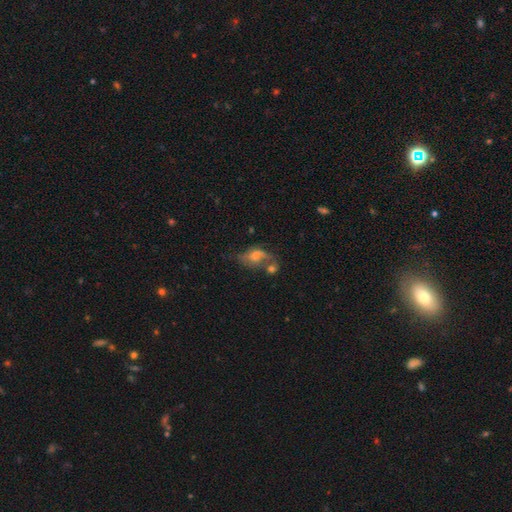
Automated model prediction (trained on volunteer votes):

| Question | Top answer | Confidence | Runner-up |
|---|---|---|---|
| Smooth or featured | smooth | 48% | featured or disk (38%) |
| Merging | merger | 33% | major disturbance (27%) |